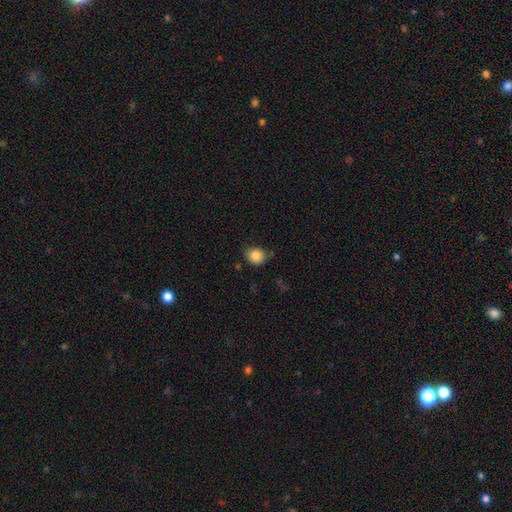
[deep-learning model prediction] smooth-or-featured: smooth: 86% | star or artifact: 10% | featured or disk: 5%
  how-rounded: round: 74% | in between: 26% | cigar-shaped: 1%
  merging: none: 74% | minor disturbance: 19% | major disturbance: 4% | merger: 3%